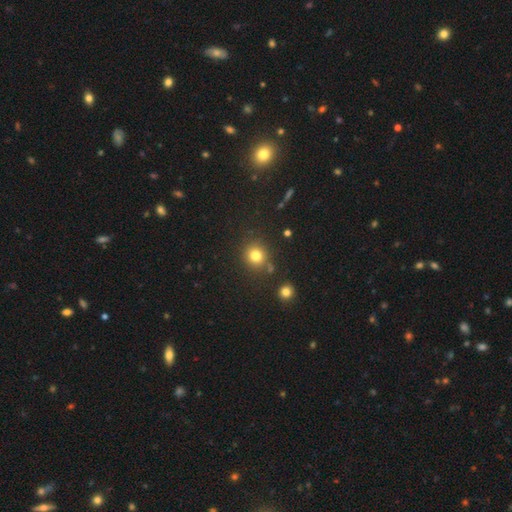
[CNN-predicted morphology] Q: Smooth or featured?
A: smooth (80%); runner-up: star or artifact (14%)
Q: How rounded?
A: round (86%); runner-up: in between (13%)
Q: Merging?
A: none (80%); runner-up: minor disturbance (10%)